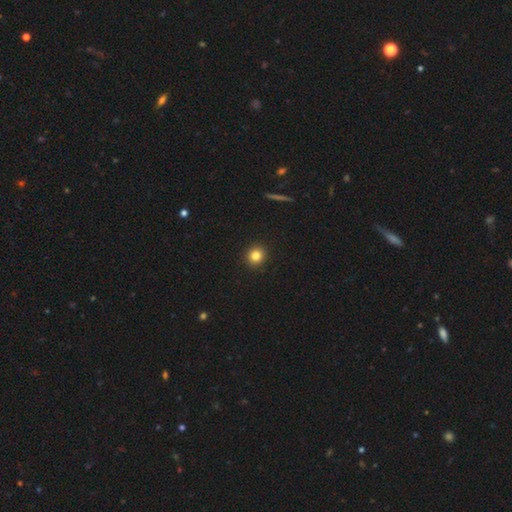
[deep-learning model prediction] Smooth or featured? smooth (82%)
How rounded? round (87%)
Merging? none (92%)